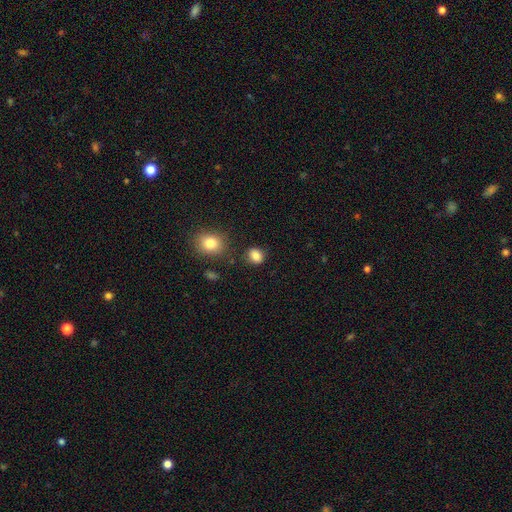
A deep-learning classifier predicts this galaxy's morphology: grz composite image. It shows a smooth galaxy with no disk features (86%) that is round (51%). Merging: none (81%).